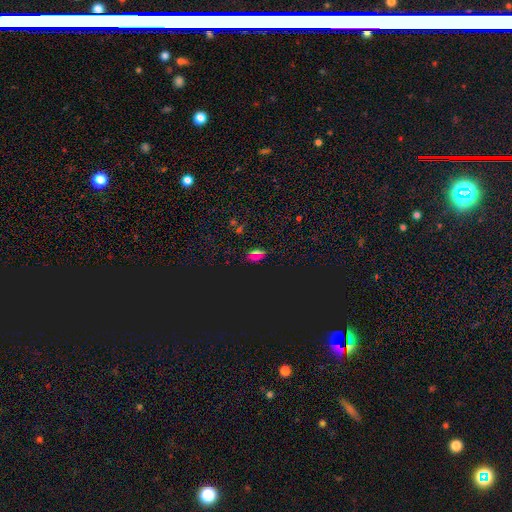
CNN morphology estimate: type=star or artifact (64%).